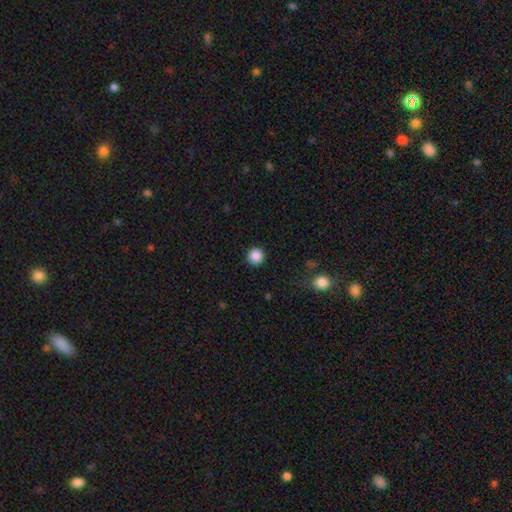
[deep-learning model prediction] smooth-or-featured: smooth: 87% | star or artifact: 10% | featured or disk: 3%
  how-rounded: round: 96% | in between: 3% | cigar-shaped: 1%
  merging: none: 92% | minor disturbance: 5% | major disturbance: 2% | merger: 1%